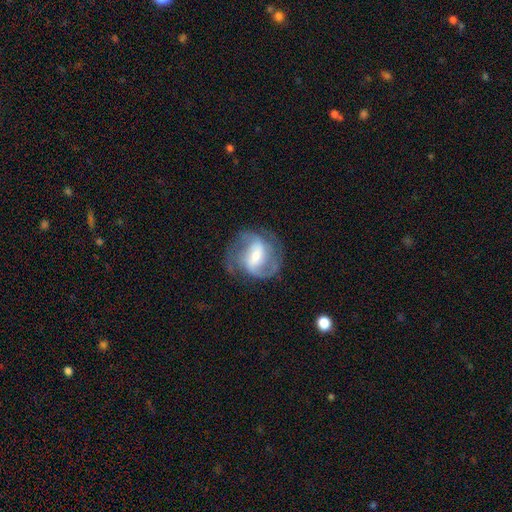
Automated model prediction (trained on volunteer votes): Smooth or featured? Predicted: featured or disk (p=0.84). Edge-on disk? Predicted: no (p=0.98). Bar? Predicted: weak (p=0.46). Spiral arms? Predicted: yes (p=0.95). Spiral winding? Predicted: medium (p=0.53). Spiral arm count? Predicted: 2 (p=0.79). Bulge size? Predicted: moderate (p=0.49). Merging? Predicted: none (p=0.69).